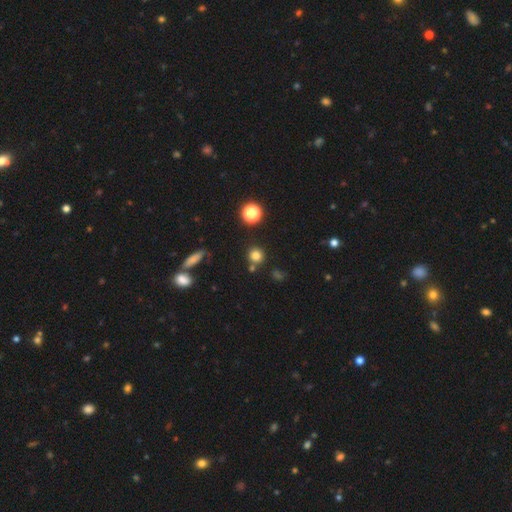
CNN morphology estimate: Overall: smooth (78%). How rounded: round (89%). Merging: none (78%).